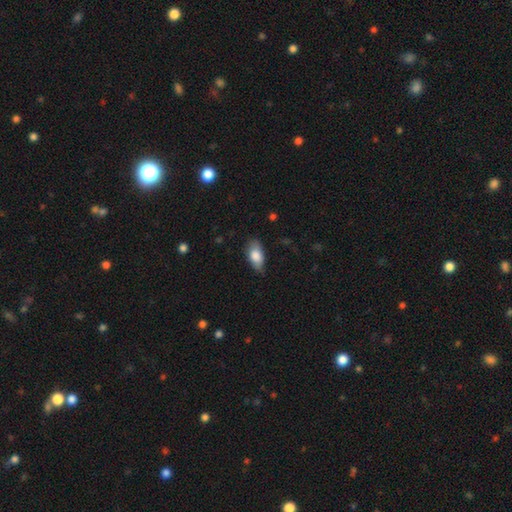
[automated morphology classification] smooth_or_featured: smooth (p=0.80) [alt: featured or disk p=0.14]
how_rounded: in between (p=0.90) [alt: cigar-shaped p=0.05]
merging: none (p=0.66) [alt: minor disturbance p=0.28]